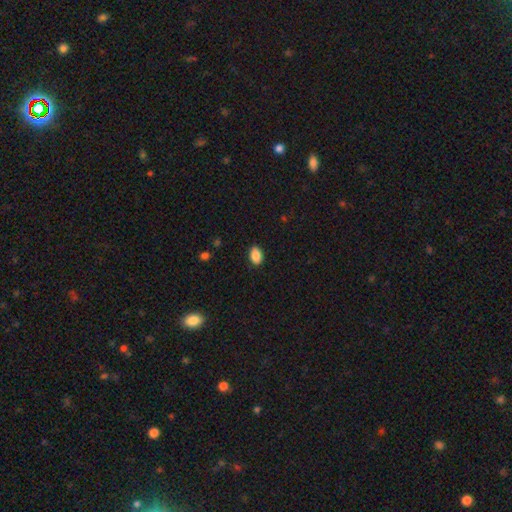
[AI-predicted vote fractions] This is clearly a smooth galaxy (88%). How rounded: clearly in between (87%). Merging: clearly none (88%).